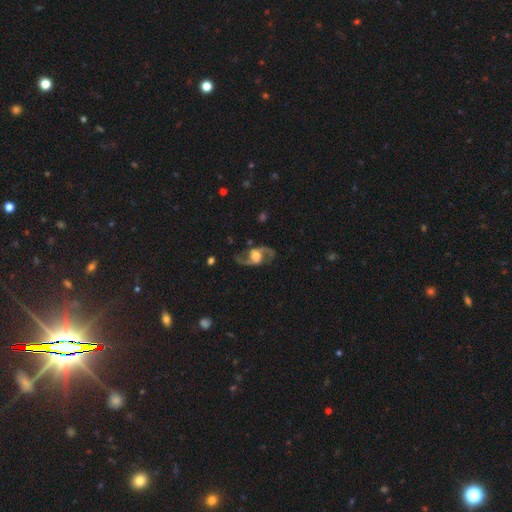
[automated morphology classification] A featured or disk galaxy (88%) with no bar (49%), 2 (94%) loose (53%) spiral arms (95%) and a large central bulge (48%).

Vote fractions:
- Smooth or featured? featured or disk: 88% / smooth: 7% / star or artifact: 5%
- Edge-on disk? no: 95% / yes: 5%
- Bar? no: 49% / weak: 38% / strong: 13%
- Spiral arms? yes: 95% / no: 5%
- Spiral winding? loose: 53% / medium: 40% / tight: 7%
- Spiral arm count? 2: 94% / can't tell: 2% / 1: 2% / 3: 1% / 4: 1% / more than 4: 1%
- Bulge size? large: 48% / moderate: 32% / small: 8% / none: 7% / dominant: 5%
- Merging? none: 80% / minor disturbance: 12% / major disturbance: 7% / merger: 2%